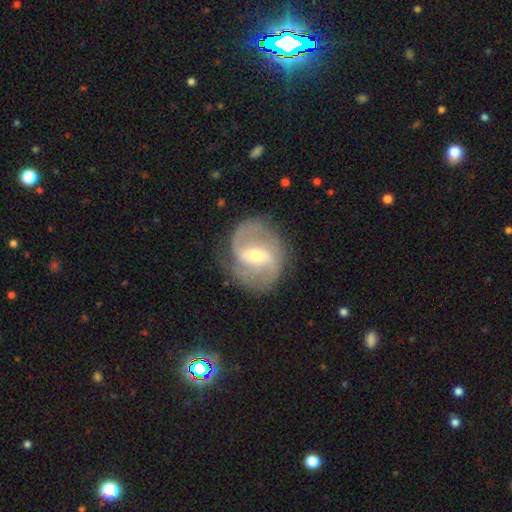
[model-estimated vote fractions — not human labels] Smooth or featured? featured or disk (85%)
Edge-on disk? no (97%)
Bar? weak (46%)
Spiral arms? yes (94%)
Spiral winding? medium (49%)
Spiral arm count? 2 (83%)
Bulge size? small (48%)
Merging? none (75%)